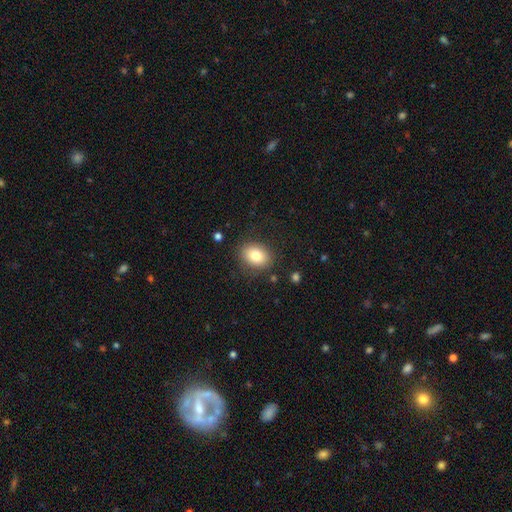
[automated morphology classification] smooth-or-featured: smooth: 81% | featured or disk: 10% | star or artifact: 9%
  how-rounded: in between: 67% | round: 32% | cigar-shaped: 1%
  merging: none: 85% | minor disturbance: 10% | major disturbance: 3% | merger: 1%